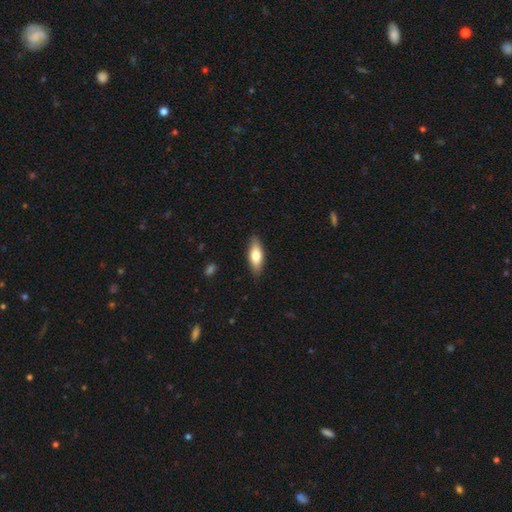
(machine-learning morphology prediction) Smooth or featured: smooth — 73% (featured or disk — 21%)
How rounded: in between — 69% (cigar-shaped — 29%)
Merging: none — 86% (minor disturbance — 11%)